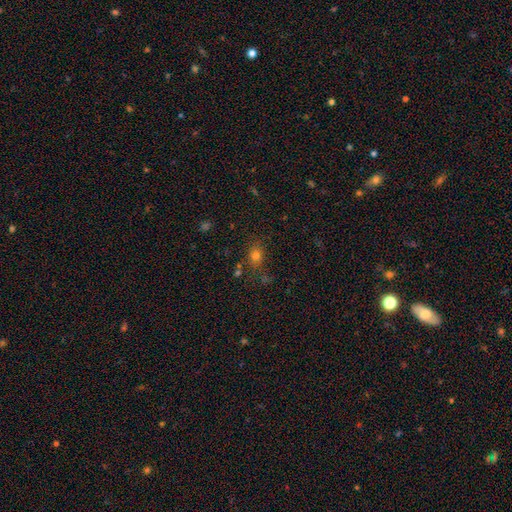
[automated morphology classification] Overall: smooth (72%). How rounded: round (61%; in between 37%). Merging: none (74%).